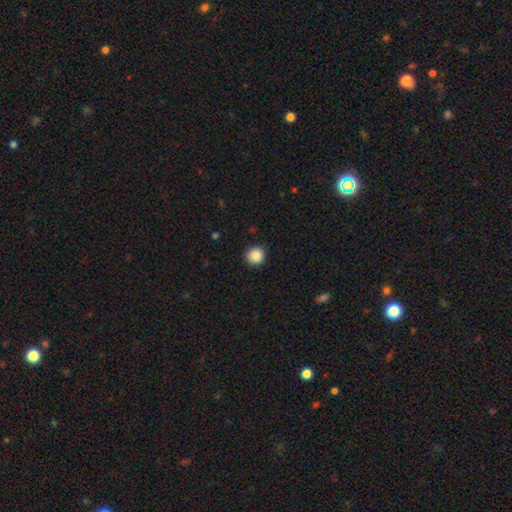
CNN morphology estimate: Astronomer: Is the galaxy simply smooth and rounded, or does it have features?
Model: smooth — 88%.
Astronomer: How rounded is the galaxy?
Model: round — 94%.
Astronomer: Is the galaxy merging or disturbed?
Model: none — 91%.